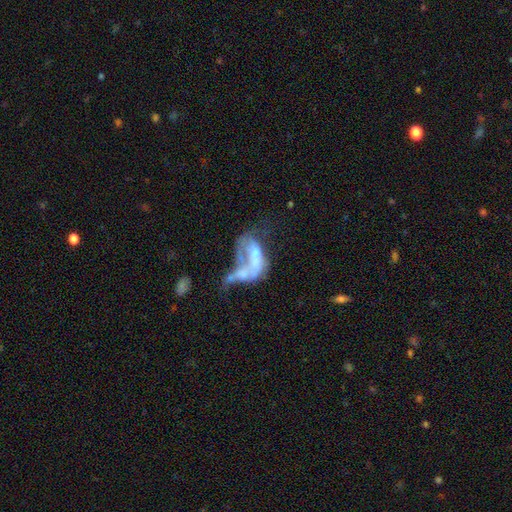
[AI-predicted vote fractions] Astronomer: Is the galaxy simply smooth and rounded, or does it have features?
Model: featured or disk — 56% (runner-up: smooth, 34%).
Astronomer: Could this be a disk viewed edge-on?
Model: no — 95%.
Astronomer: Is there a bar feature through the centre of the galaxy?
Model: no — 75%.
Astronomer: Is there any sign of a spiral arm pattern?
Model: no — 81%.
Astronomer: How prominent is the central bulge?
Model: none — 33% (runner-up: moderate, 32%).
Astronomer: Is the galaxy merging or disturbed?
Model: merger — 53% (runner-up: major disturbance, 31%).